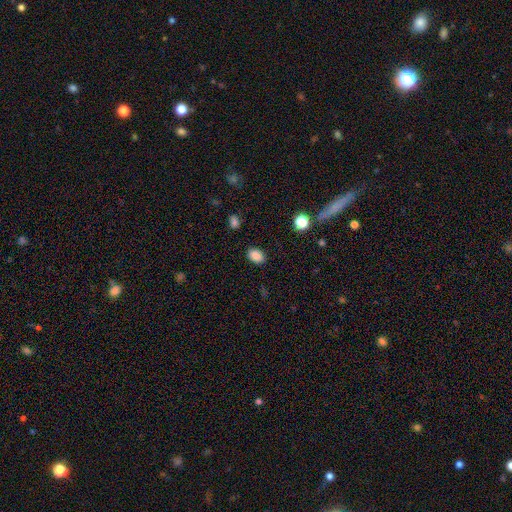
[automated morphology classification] Smooth or featured?
  - smooth: 87% *
  - star or artifact: 10%
  - featured or disk: 3%
How rounded?
  - in between: 79% *
  - round: 20%
  - cigar-shaped: 1%
Merging?
  - none: 87% *
  - minor disturbance: 9%
  - major disturbance: 3%
  - merger: 1%